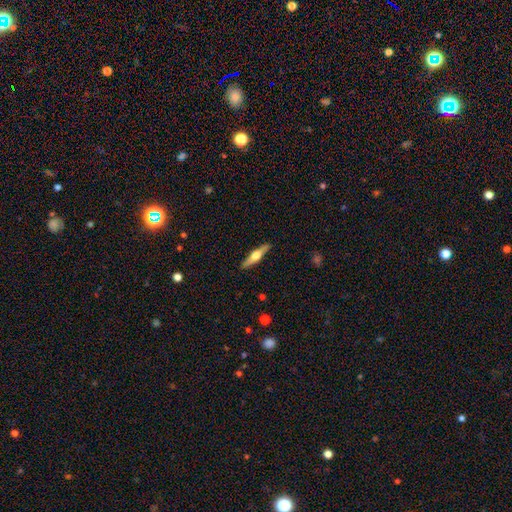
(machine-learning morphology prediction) smooth-or-featured: featured or disk: 59% | smooth: 35% | star or artifact: 5%
  disk-edge-on: yes: 95% | no: 5%
    edge-on-bulge: rounded: 94% | boxy: 3% | none: 3%
  merging: none: 90% | minor disturbance: 7% | major disturbance: 1% | merger: 1%